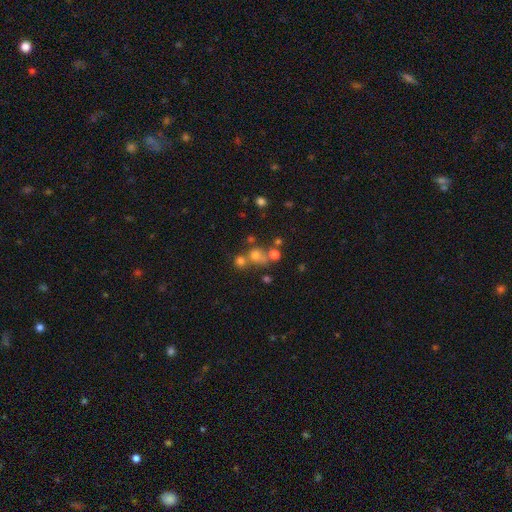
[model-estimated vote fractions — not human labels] Morphology: type=smooth (64%); roundness=round (83%); merging=none (47%).